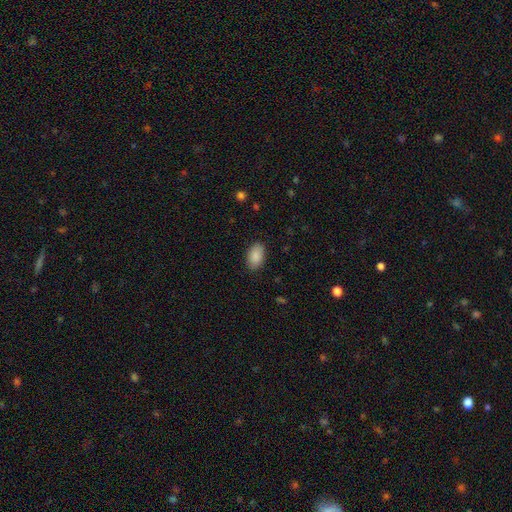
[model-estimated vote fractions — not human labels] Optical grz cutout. It shows a smooth galaxy with no disk features (89%) that is in between round and cigar-shaped (93%). Merging: none (87%).